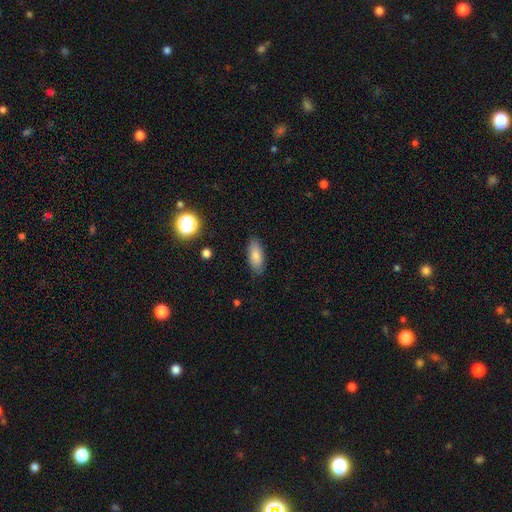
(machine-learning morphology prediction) This is clearly a smooth galaxy (83%). How rounded: clearly in between (84%). Merging: clearly none (84%).